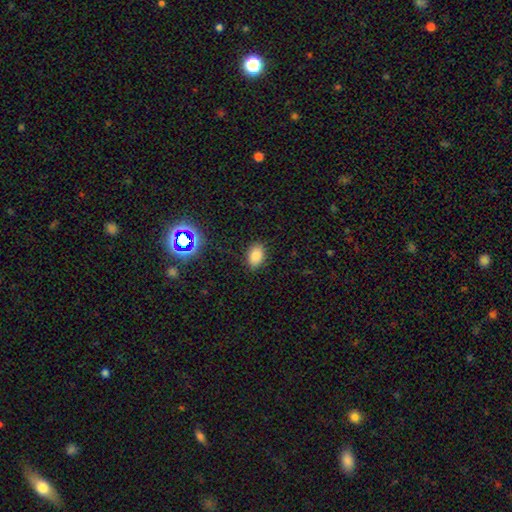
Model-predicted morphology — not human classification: smooth 80%, star or artifact 14%, featured or disk 7%. Down the decision tree: how rounded — in between (86%); merging — none (86%).